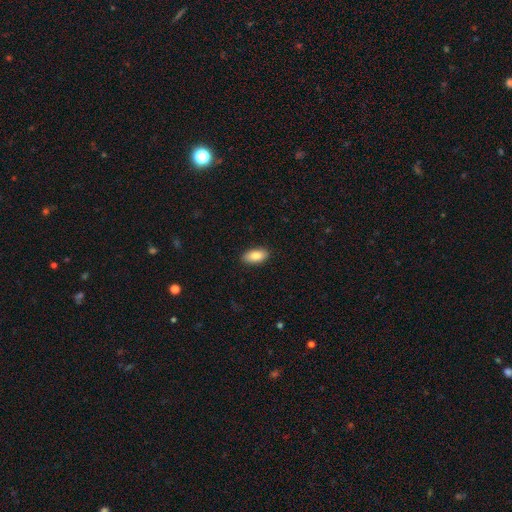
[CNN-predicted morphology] The model was most divided on "smooth or featured": smooth: 86%, featured or disk: 7%, star or artifact: 7%. More confident: how rounded — in between (92%); merging — none (90%).